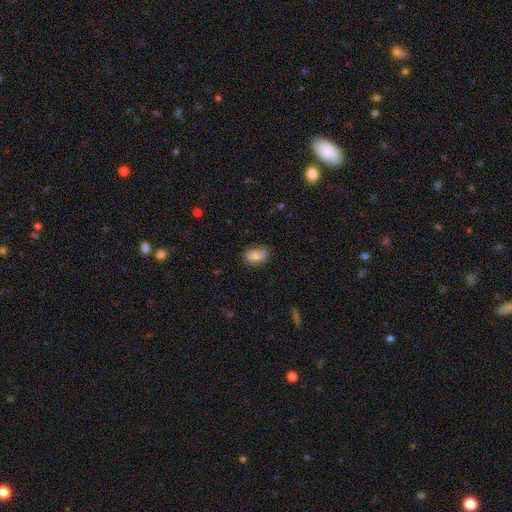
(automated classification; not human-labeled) Q: Smooth or featured?
A: smooth (82%); runner-up: featured or disk (10%)
Q: How rounded?
A: in between (89%); runner-up: round (8%)
Q: Merging?
A: none (69%); runner-up: minor disturbance (24%)